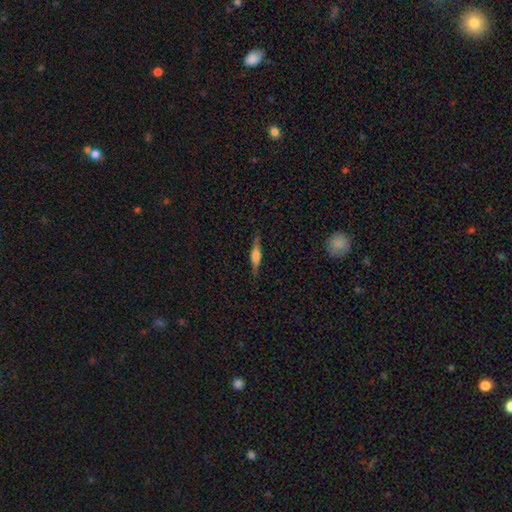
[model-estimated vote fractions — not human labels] Smooth or featured: featured or disk — 62% (smooth — 31%)
Edge-on disk: yes — 97% (no — 3%)
Edge-on bulge: rounded — 73% (boxy — 23%)
Merging: none — 87% (minor disturbance — 9%)